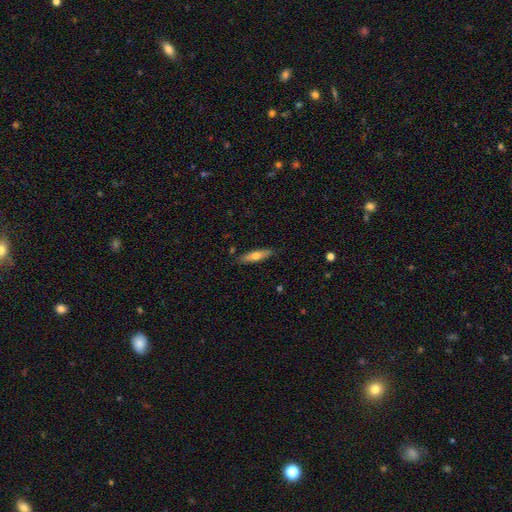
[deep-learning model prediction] smooth 62%, featured or disk 32%, star or artifact 6%. Down the decision tree: how rounded — cigar-shaped (71%); merging — none (86%).